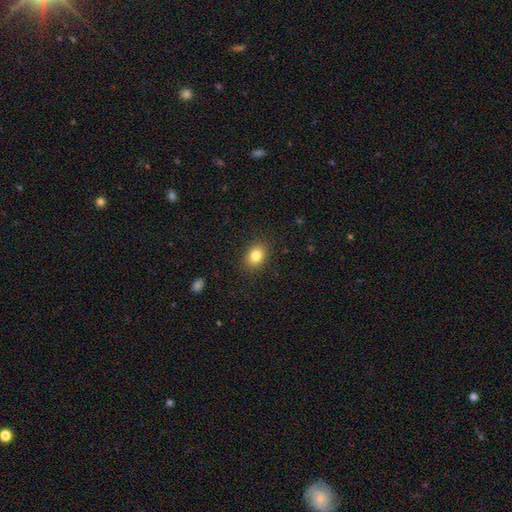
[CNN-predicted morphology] smooth 83%, star or artifact 10%, featured or disk 7%. Down the decision tree: how rounded — in between (59%); merging — none (88%).